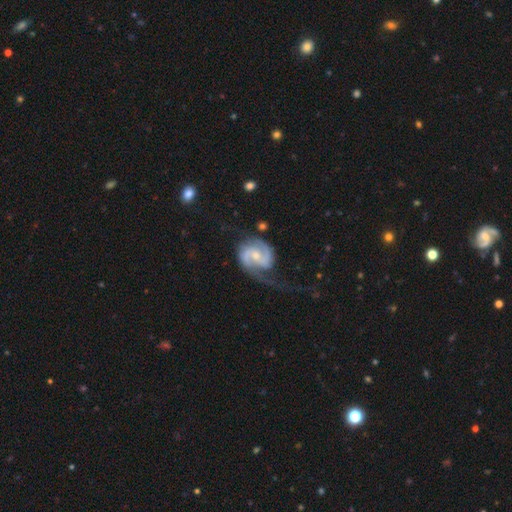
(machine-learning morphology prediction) Smooth or featured? featured or disk (90%)
Edge-on disk? no (98%)
Bar? weak (44%, tied with no)
Spiral arms? yes (98%)
Spiral winding? medium (50%)
Spiral arm count? 2 (88%)
Bulge size? moderate (46%, tied with small)
Merging? none (50%)